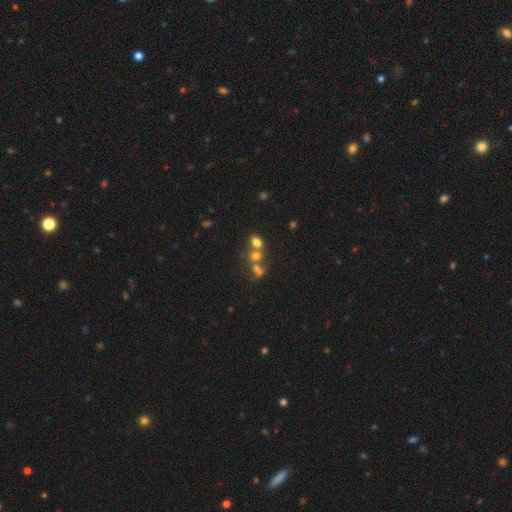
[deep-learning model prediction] smooth-or-featured: smooth: 46% | star or artifact: 34% | featured or disk: 19%
  merging: merger: 48% | none: 40% | minor disturbance: 7% | major disturbance: 5%